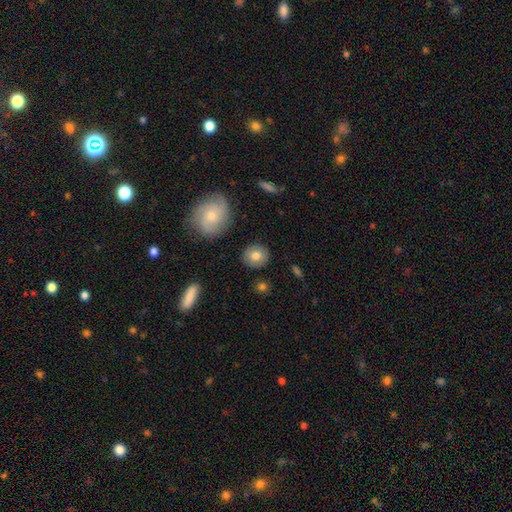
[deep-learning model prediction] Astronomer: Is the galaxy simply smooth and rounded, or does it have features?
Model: smooth — 78%.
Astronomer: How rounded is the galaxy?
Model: round — 84%.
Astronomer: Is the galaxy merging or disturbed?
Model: none — 89%.